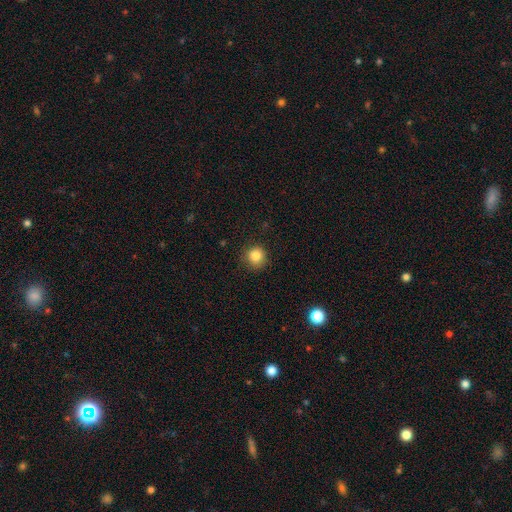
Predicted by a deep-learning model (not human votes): smooth_or_featured: smooth (p=0.84) [alt: star or artifact p=0.11]
how_rounded: round (p=0.93) [alt: in between p=0.06]
merging: none (p=0.85) [alt: minor disturbance p=0.11]